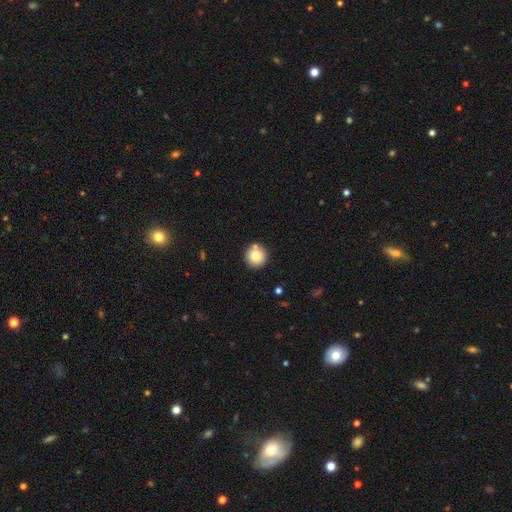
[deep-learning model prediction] This appears to be a smooth galaxy with no disk features (79%) that is round (95%). Merging: none (82%).